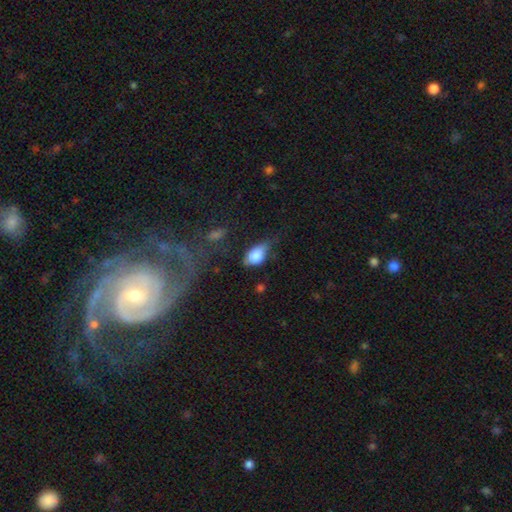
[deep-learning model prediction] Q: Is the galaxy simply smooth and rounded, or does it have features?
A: smooth — 77%.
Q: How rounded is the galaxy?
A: in between — 86%.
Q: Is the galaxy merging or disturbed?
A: none — 40%.